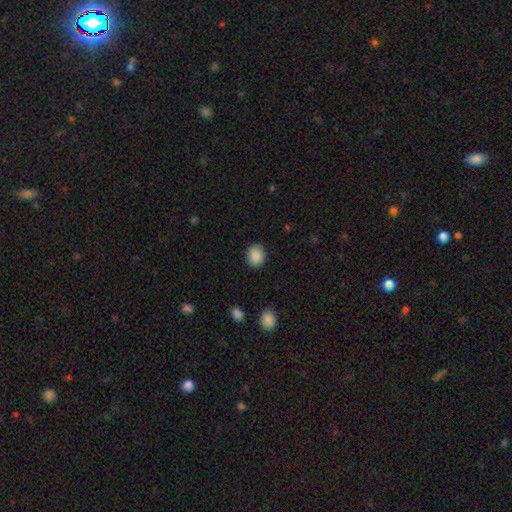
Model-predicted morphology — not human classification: Smooth or featured? smooth (88%)
How rounded? round (67%)
Merging? none (86%)